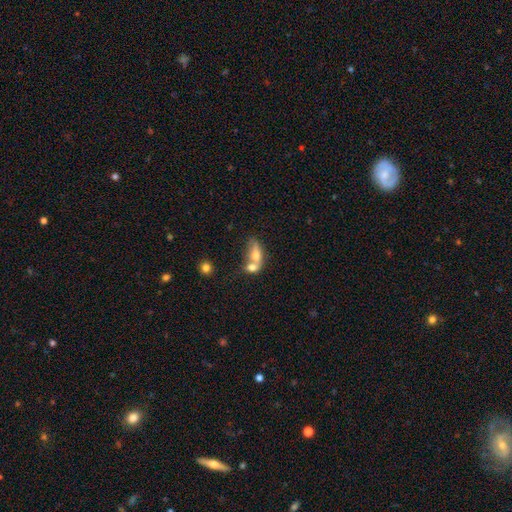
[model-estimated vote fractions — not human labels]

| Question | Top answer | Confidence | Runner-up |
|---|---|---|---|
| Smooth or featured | smooth | 66% | featured or disk (25%) |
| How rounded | in between | 76% | round (14%) |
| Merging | merger | 69% | none (18%) |